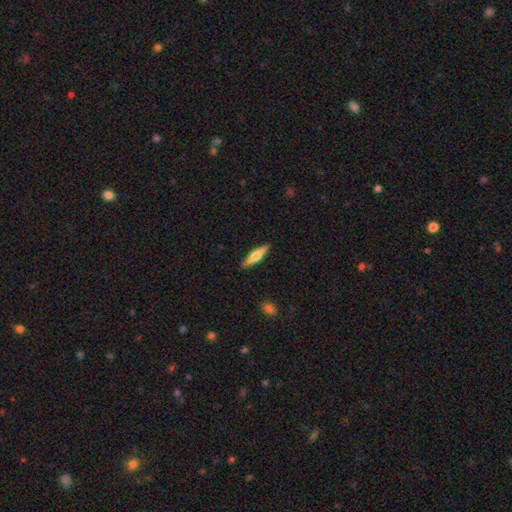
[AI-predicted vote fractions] This is possibly a smooth galaxy (49%). Merging: clearly none (90%).